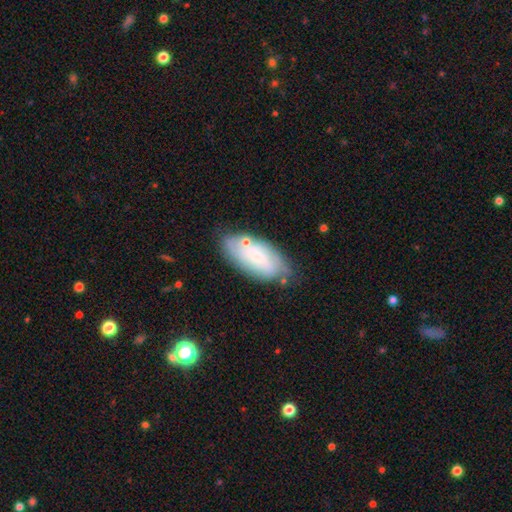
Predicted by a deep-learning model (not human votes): Smooth or featured: smooth — 58% (featured or disk — 35%)
How rounded: in between — 90% (cigar-shaped — 8%)
Merging: none — 64% (minor disturbance — 23%)